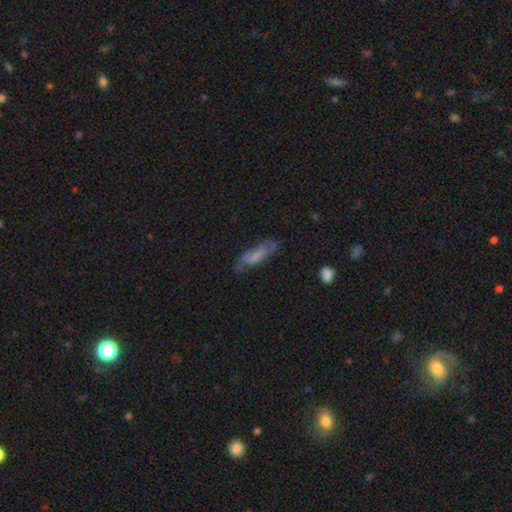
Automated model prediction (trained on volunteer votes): smooth 53%, featured or disk 39%, star or artifact 8%. Down the decision tree: how rounded — cigar-shaped (52%); merging — none (60%).